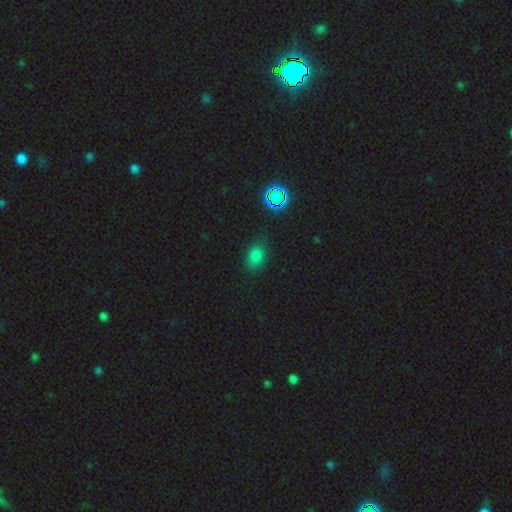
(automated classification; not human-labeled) This appears to be a smooth galaxy with no disk features (69%) that is in between round and cigar-shaped (72%). Merging: none (80%).